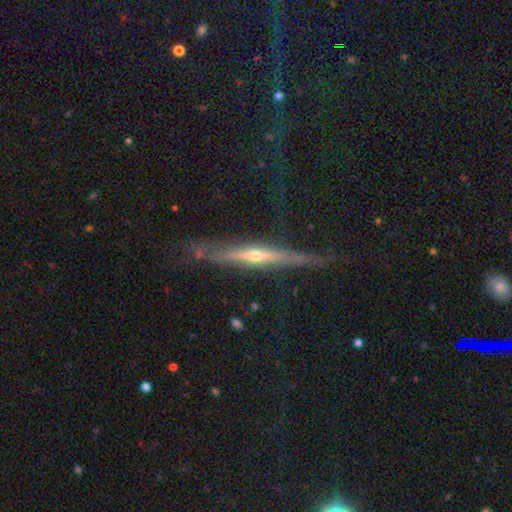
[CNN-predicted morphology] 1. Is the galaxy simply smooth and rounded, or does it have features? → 77% featured or disk, 17% smooth, 6% star or artifact.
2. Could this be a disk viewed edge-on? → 92% yes, 8% no.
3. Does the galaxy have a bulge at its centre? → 76% rounded, 19% none, 5% boxy.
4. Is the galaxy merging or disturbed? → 70% none, 20% minor disturbance, 7% major disturbance, 2% merger.